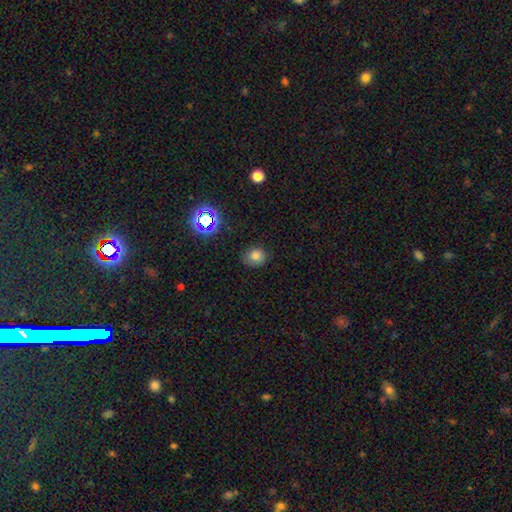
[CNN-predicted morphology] Smooth or featured?
  - smooth: 75% *
  - star or artifact: 18%
  - featured or disk: 7%
How rounded?
  - round: 72% *
  - in between: 27%
  - cigar-shaped: 1%
Merging?
  - none: 80% *
  - minor disturbance: 15%
  - major disturbance: 4%
  - merger: 1%